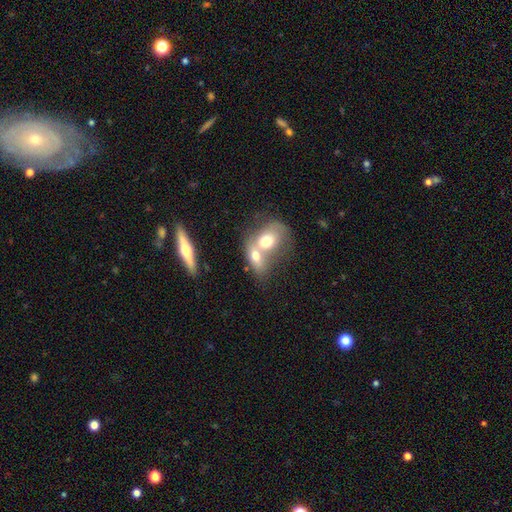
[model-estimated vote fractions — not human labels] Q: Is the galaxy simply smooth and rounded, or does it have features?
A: smooth — 63%.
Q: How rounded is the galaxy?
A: in between — 67%.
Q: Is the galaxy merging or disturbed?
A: merger — 68%.